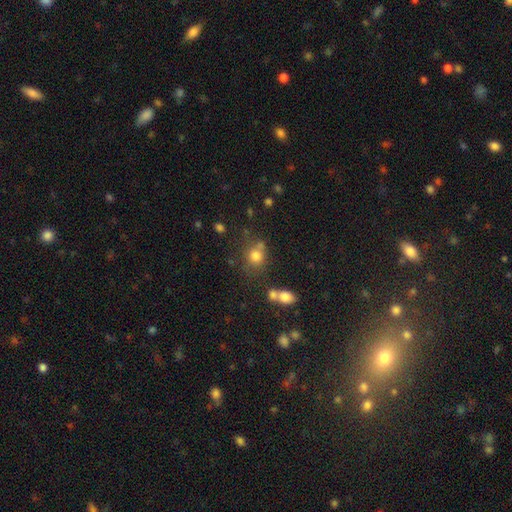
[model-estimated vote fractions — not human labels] smooth-or-featured: smooth: 77% | star or artifact: 14% | featured or disk: 9%
  how-rounded: round: 78% | in between: 21% | cigar-shaped: 1%
  merging: none: 59% | merger: 19% | minor disturbance: 15% | major disturbance: 7%